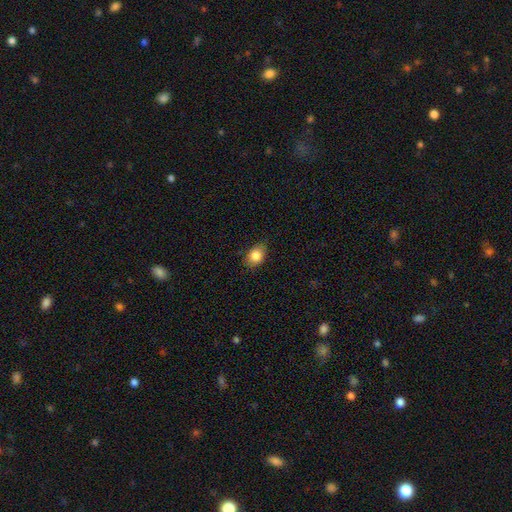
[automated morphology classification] A smooth galaxy with no disk features (84%) that is in between round and cigar-shaped (60%). Merging: none (74%).